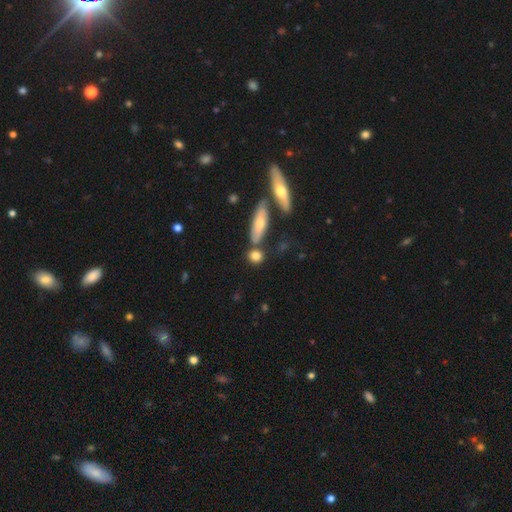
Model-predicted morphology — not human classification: Smooth or featured? smooth (79%)
How rounded? round (58%)
Merging? none (62%)